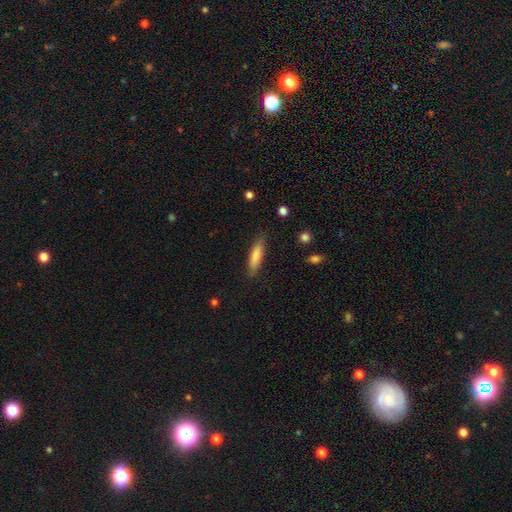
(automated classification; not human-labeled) smooth-or-featured: smooth: 81% | featured or disk: 13% | star or artifact: 6%
  how-rounded: cigar-shaped: 72% | in between: 26% | round: 1%
  merging: none: 84% | minor disturbance: 12% | major disturbance: 3% | merger: 1%